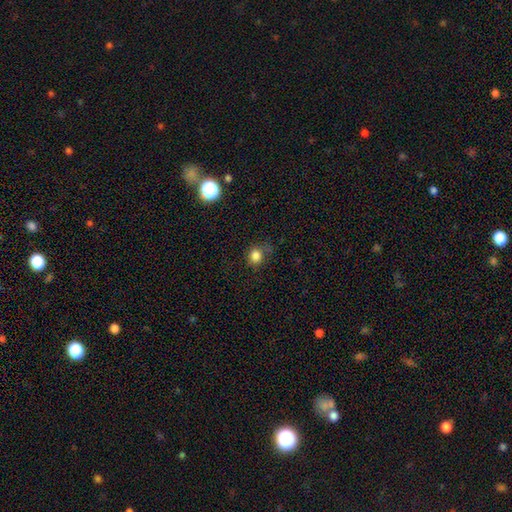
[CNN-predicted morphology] Smooth or featured: smooth — 82% (star or artifact — 13%)
How rounded: round — 75% (in between — 24%)
Merging: none — 68% (minor disturbance — 22%)